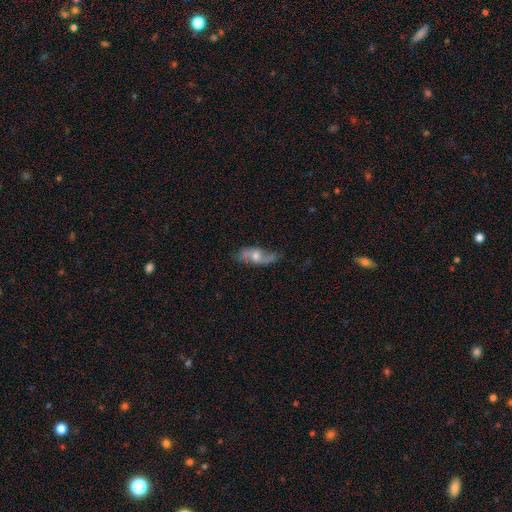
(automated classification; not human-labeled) This is likely a featured or disk galaxy (69%). It is clearly not viewed edge-on (85%). Bar: likely no (60%). Spiral arm pattern: clearly yes (87%). Spiral arm count: clearly 2 (85%). Spiral winding: possibly loose (59%). Central bulge: likely moderate (62%). Merging: likely none (71%).